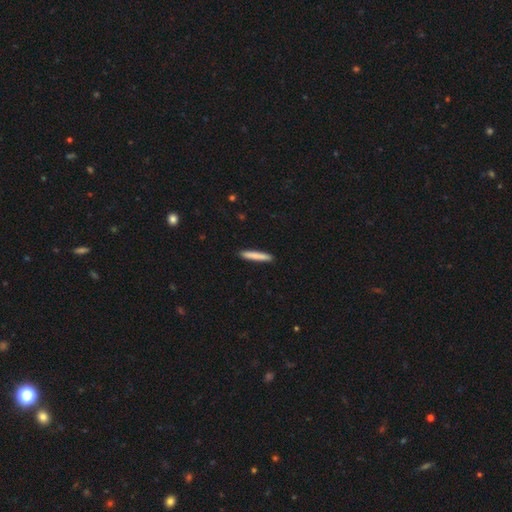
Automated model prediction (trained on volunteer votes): Overall: smooth (82%). How rounded: cigar-shaped (94%). Merging: none (91%).